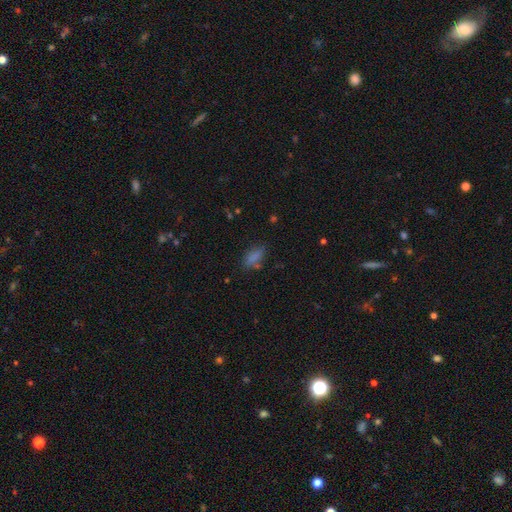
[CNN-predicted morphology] Overall: smooth (70%). How rounded: in between (79%). Merging: none (67%).